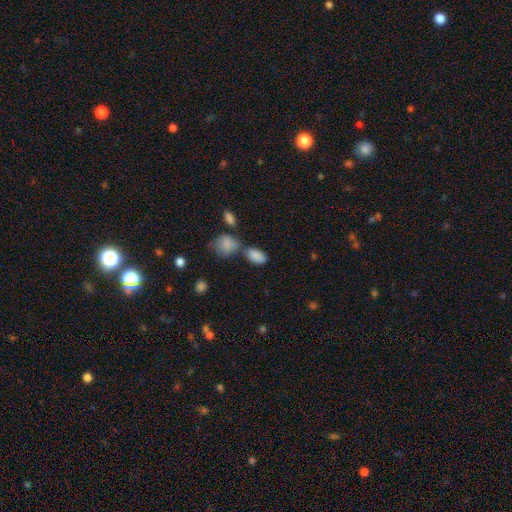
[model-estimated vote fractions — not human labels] This appears to be a smooth galaxy with no disk features (85%) that is in between round and cigar-shaped (91%). Merging: none (53%).